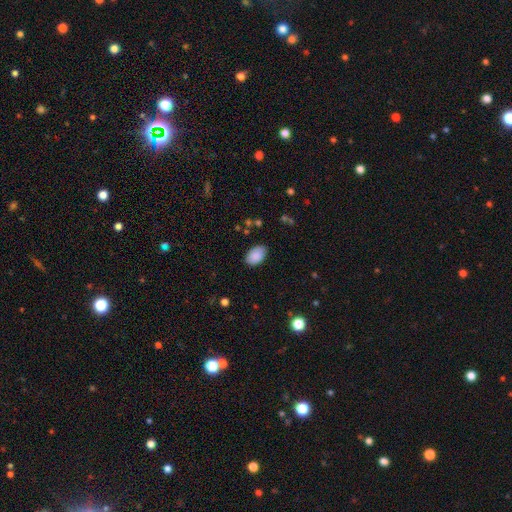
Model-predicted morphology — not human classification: The model was most divided on "merging": none: 83%, minor disturbance: 13%, major disturbance: 3%, merger: 1%. More confident: how rounded — in between (91%); smooth or featured — smooth (89%).